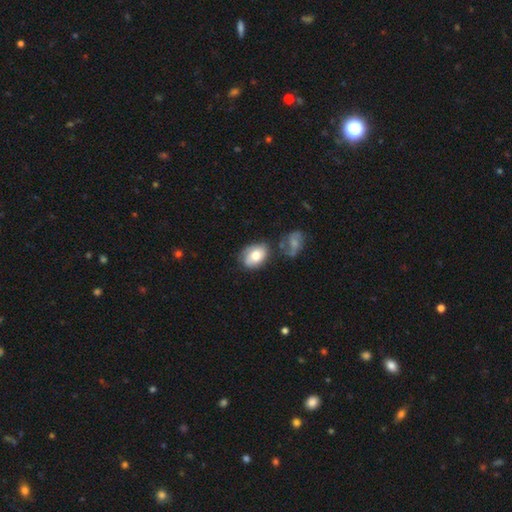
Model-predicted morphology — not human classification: A smooth galaxy with no disk features (62%) that is in between round and cigar-shaped (79%). Merging: none (50%).